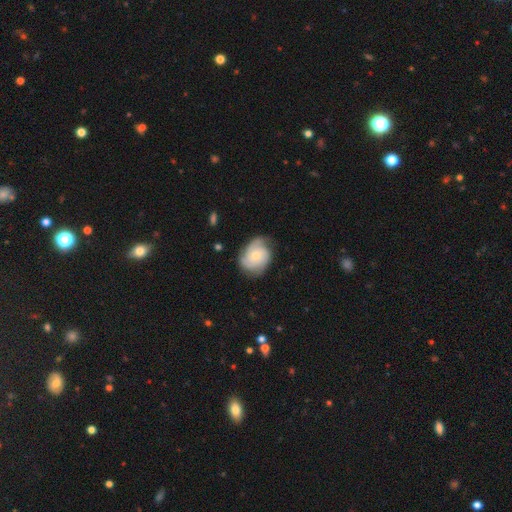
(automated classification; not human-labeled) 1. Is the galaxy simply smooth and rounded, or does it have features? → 61% featured or disk, 33% smooth, 6% star or artifact.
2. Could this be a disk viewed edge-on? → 97% no, 3% yes.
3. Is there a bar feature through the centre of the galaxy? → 79% no, 18% weak, 3% strong.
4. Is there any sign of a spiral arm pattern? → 88% yes, 12% no.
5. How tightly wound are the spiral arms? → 48% tight, 37% medium, 15% loose.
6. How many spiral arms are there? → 35% 3, 25% can't tell, 24% 2, 8% 4, 5% 1, 3% more than 4.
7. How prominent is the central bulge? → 52% small, 43% moderate, 2% large, 2% none, 1% dominant.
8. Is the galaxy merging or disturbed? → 61% none, 28% minor disturbance, 9% major disturbance, 2% merger.